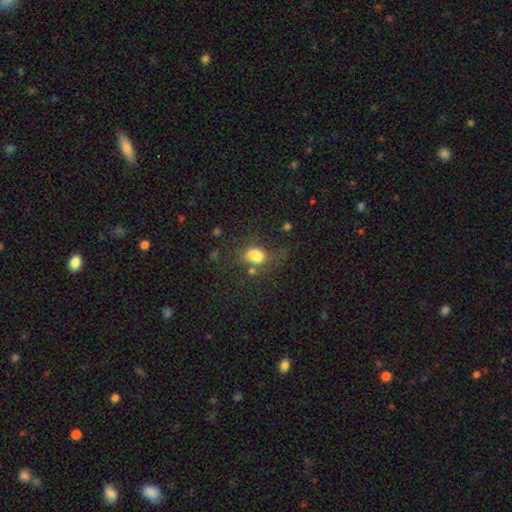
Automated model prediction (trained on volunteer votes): Smooth or featured? smooth (72%)
How rounded? in between (69%)
Merging? none (36%)